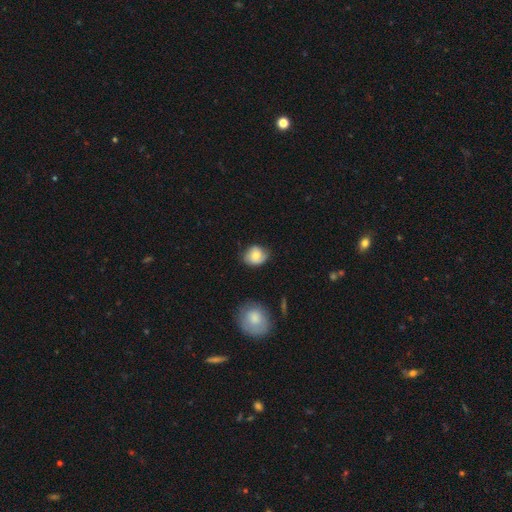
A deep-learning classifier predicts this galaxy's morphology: Overall: smooth (69%). How rounded: round (62%; in between 37%). Merging: none (69%).